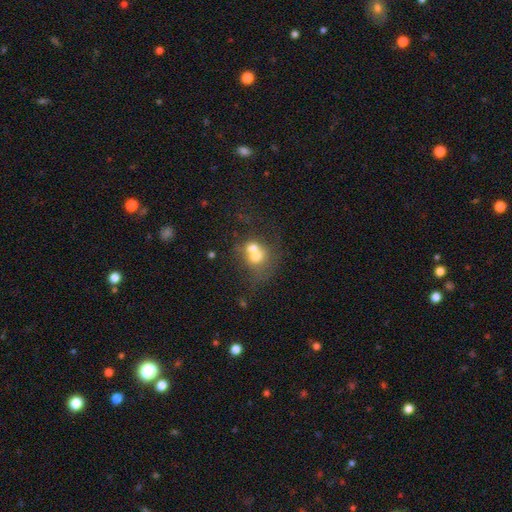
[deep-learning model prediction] Smooth or featured?
  - smooth: 62% *
  - featured or disk: 26%
  - star or artifact: 12%
How rounded?
  - round: 69% *
  - in between: 30%
  - cigar-shaped: 1%
Merging?
  - merger: 65% *
  - none: 23%
  - minor disturbance: 7%
  - major disturbance: 5%